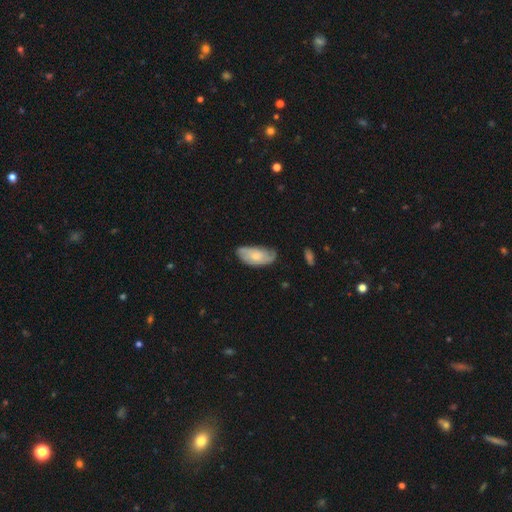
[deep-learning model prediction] Smooth or featured? Predicted: featured or disk (p=0.49). Merging? Predicted: none (p=0.59).